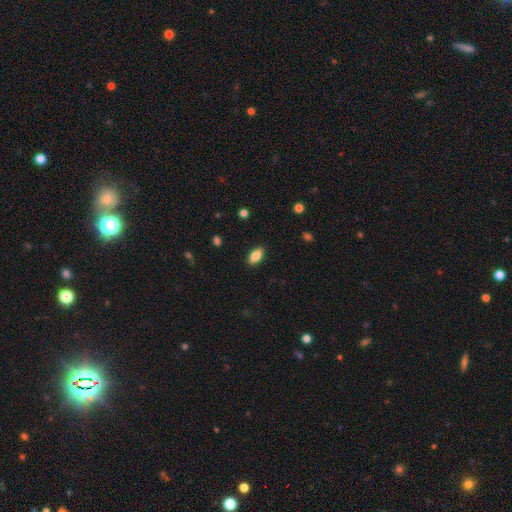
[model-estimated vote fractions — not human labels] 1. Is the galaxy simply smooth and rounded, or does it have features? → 80% smooth, 12% featured or disk, 8% star or artifact.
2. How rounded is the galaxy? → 88% in between, 8% cigar-shaped, 4% round.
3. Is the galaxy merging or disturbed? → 88% none, 9% minor disturbance, 2% major disturbance, 1% merger.